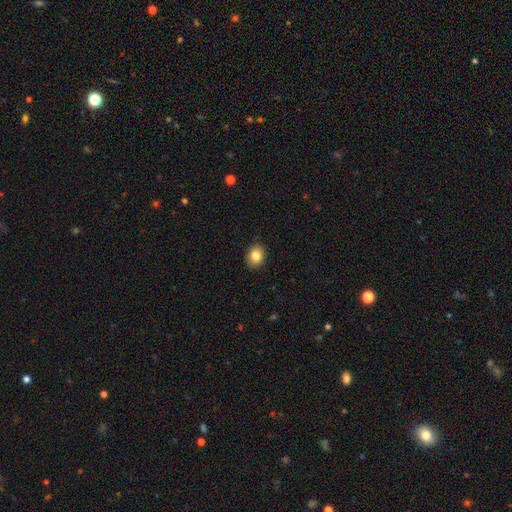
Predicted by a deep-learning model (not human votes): Overall: smooth (84%). How rounded: in between (58%; round 41%). Merging: none (88%).